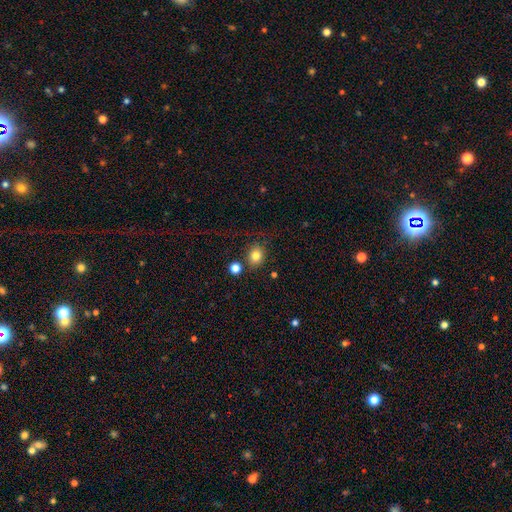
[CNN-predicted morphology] Smooth or featured? Predicted: smooth (p=0.81). How rounded? Predicted: round (p=0.68). Merging? Predicted: none (p=0.76).